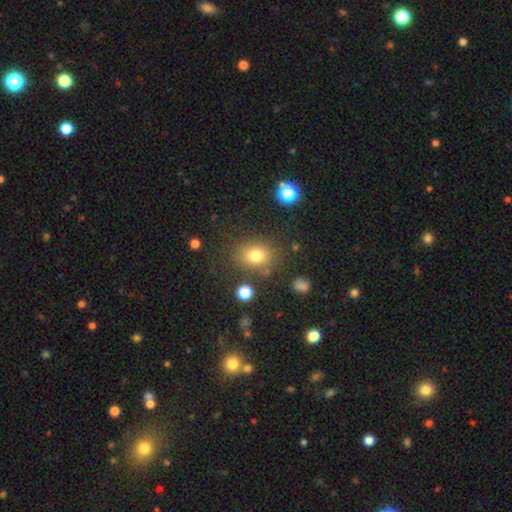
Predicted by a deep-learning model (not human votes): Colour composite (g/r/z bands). It shows a smooth galaxy with no disk features (77%) that is round (59%). Merging: none (78%).